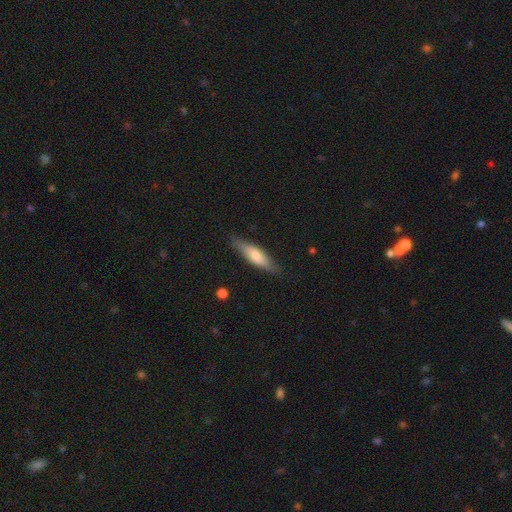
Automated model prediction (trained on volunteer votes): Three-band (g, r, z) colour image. It shows a smooth galaxy with no disk features (65%) that is cigar-shaped (64%). Merging: none (81%).